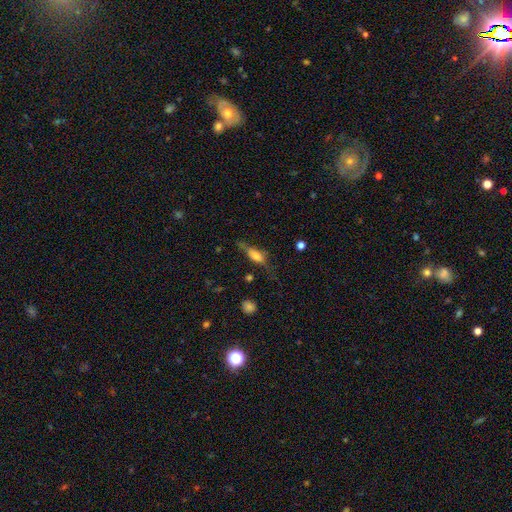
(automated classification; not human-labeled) Smooth or featured?
  - smooth: 49% *
  - featured or disk: 41%
  - star or artifact: 10%
Merging?
  - none: 52% *
  - minor disturbance: 27%
  - major disturbance: 18%
  - merger: 3%